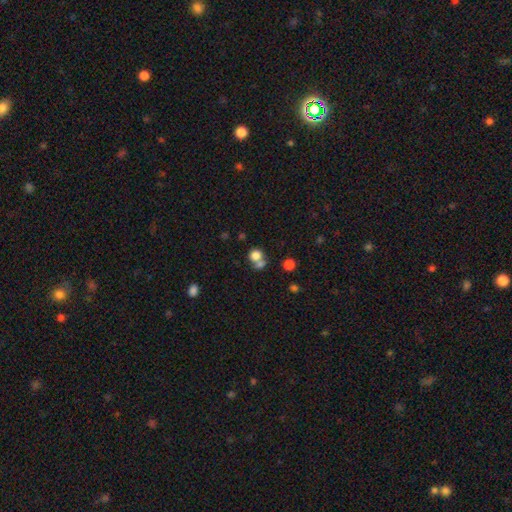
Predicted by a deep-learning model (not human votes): Smooth or featured? Predicted: smooth (p=0.78). How rounded? Predicted: round (p=0.77). Merging? Predicted: merger (p=0.45).